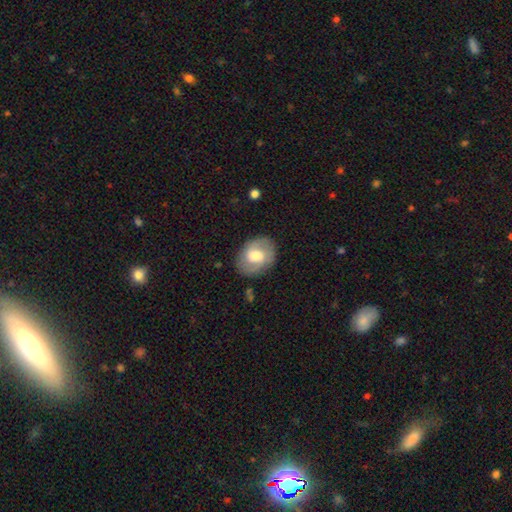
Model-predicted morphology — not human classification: type=smooth (51%); roundness=in between (68%); merging=none (81%).